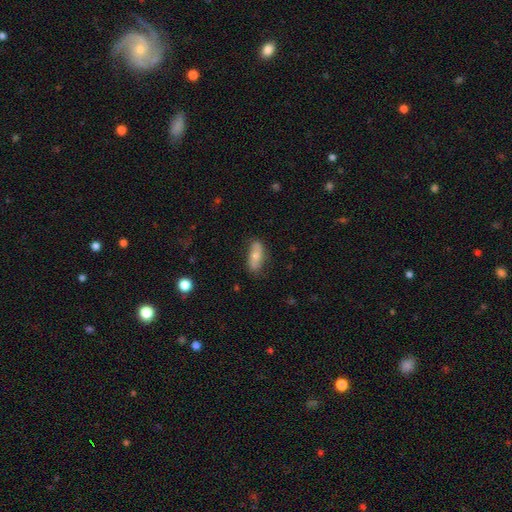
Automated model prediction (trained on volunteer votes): A smooth galaxy with no disk features (65%) that is in between round and cigar-shaped (75%).

Vote fractions:
- Smooth or featured? smooth: 65% / featured or disk: 29% / star or artifact: 6%
- How rounded? in between: 75% / cigar-shaped: 22% / round: 3%
- Merging? none: 76% / minor disturbance: 19% / major disturbance: 4% / merger: 2%